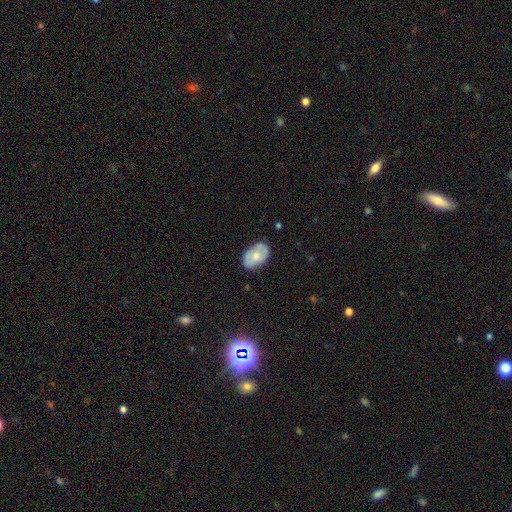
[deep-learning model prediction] Overall: smooth (55%; featured or disk 39%). How rounded: in between (89%). Merging: none (76%).